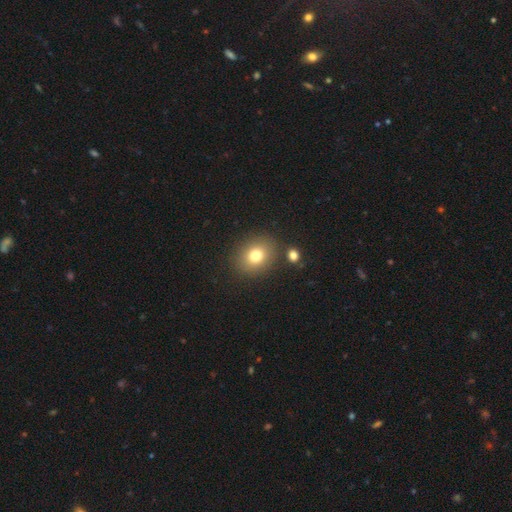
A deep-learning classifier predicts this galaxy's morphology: Overall: smooth (78%). How rounded: round (63%; in between 36%). Merging: none (83%).